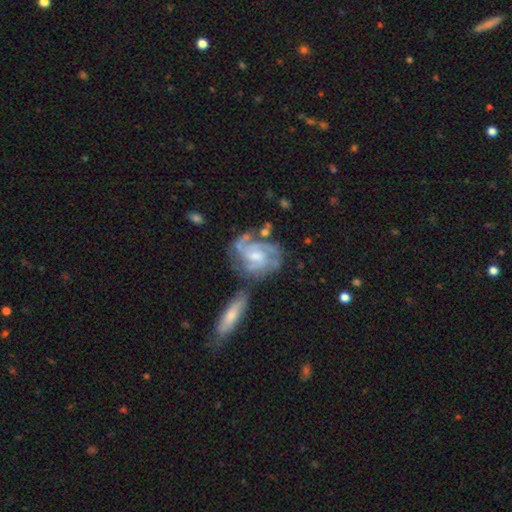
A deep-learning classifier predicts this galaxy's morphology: Smooth or featured: featured or disk — 85% (smooth — 10%)
Edge-on disk: no — 97% (yes — 3%)
Bar: no — 54% (weak — 38%)
Spiral arms: yes — 95% (no — 5%)
Spiral winding: tight — 52% (medium — 40%)
Spiral arm count: 3 — 35% (can't tell — 22%)
Bulge size: moderate — 47% (small — 41%)
Merging: none — 51% (minor disturbance — 20%)